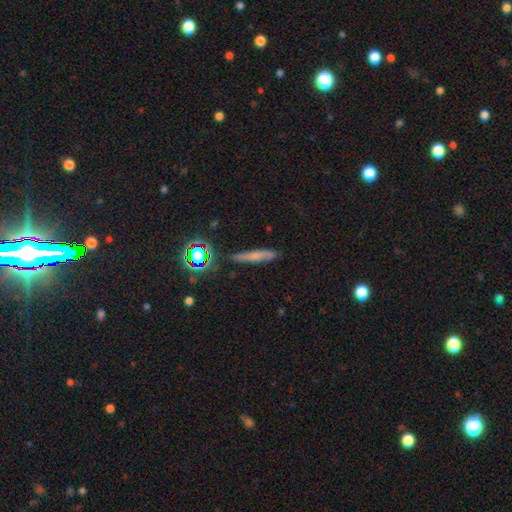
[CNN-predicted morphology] smooth 57%, featured or disk 26%, star or artifact 17%. Down the decision tree: how rounded — cigar-shaped (87%); merging — none (80%).